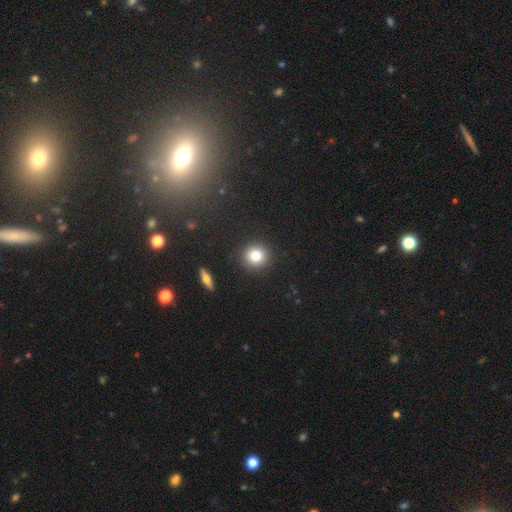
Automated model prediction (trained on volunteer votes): Overall: smooth (80%). How rounded: round (92%). Merging: none (91%).